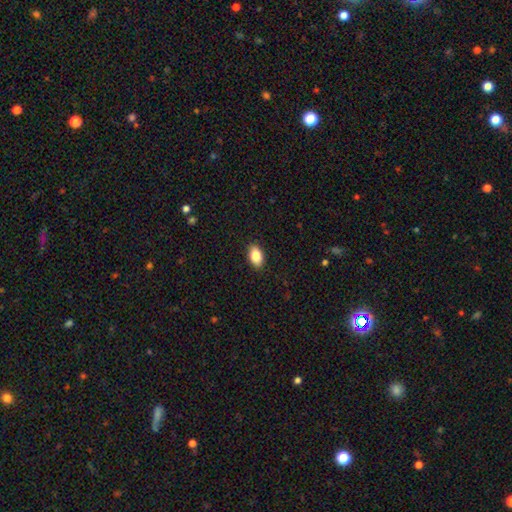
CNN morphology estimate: Overall: smooth (87%). How rounded: in between (91%). Merging: none (90%).